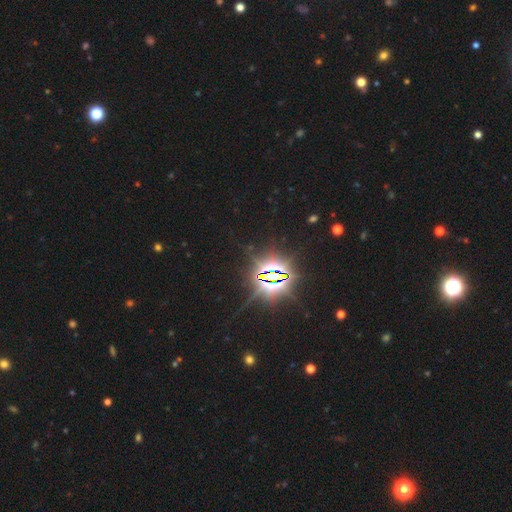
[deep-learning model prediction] This is clearly a star or artifact rather than a galaxy (86%).